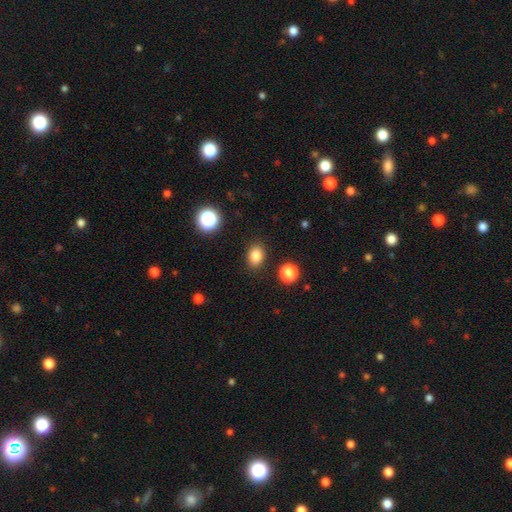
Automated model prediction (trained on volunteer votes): A smooth galaxy with no disk features (84%) that is in between round and cigar-shaped (67%).

Vote fractions:
- Smooth or featured? smooth: 84% / star or artifact: 11% / featured or disk: 5%
- How rounded? in between: 67% / round: 32% / cigar-shaped: 1%
- Merging? none: 88% / minor disturbance: 8% / major disturbance: 2% / merger: 2%